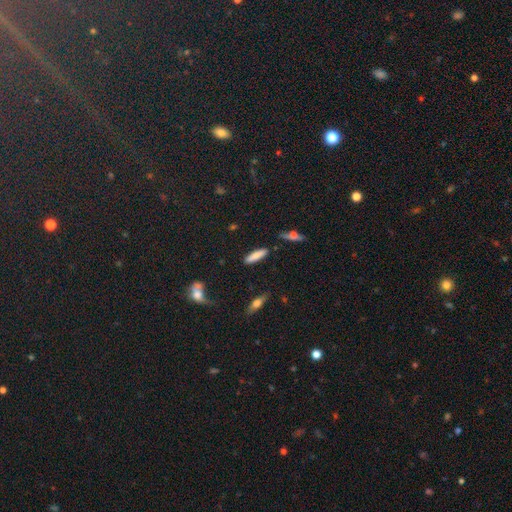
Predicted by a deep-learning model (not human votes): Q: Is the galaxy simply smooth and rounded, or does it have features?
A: smooth — 75%.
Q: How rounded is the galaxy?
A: cigar-shaped — 70%.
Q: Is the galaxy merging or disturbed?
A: none — 84%.